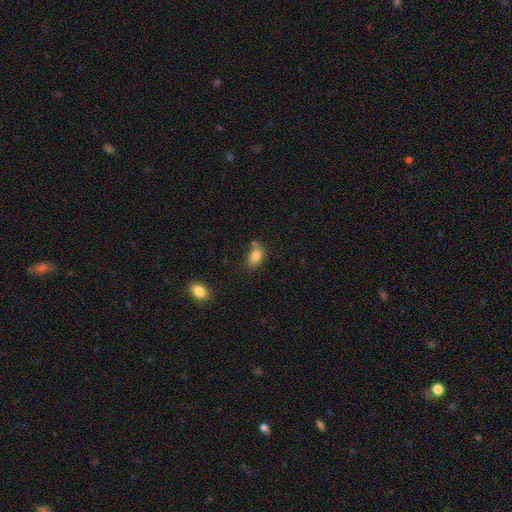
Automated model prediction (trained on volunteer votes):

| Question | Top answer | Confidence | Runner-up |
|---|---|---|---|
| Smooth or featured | smooth | 82% | star or artifact (10%) |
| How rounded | in between | 79% | round (20%) |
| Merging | none | 51% | minor disturbance (25%) |